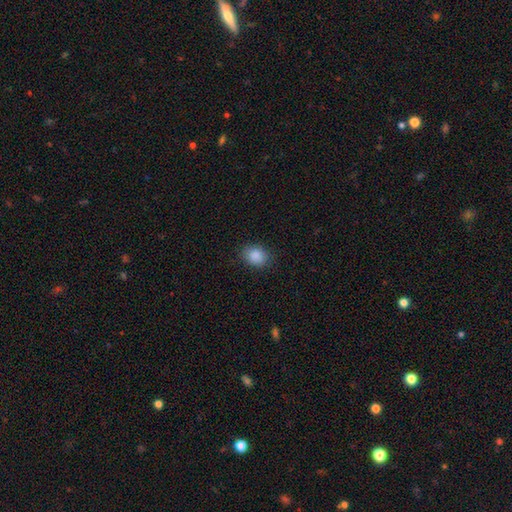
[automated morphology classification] A smooth galaxy with no disk features (88%) that is in between round and cigar-shaped (54%).

Vote fractions:
- Smooth or featured? smooth: 88% / star or artifact: 9% / featured or disk: 3%
- How rounded? in between: 54% / round: 46% / cigar-shaped: 1%
- Merging? none: 84% / minor disturbance: 12% / major disturbance: 3% / merger: 1%